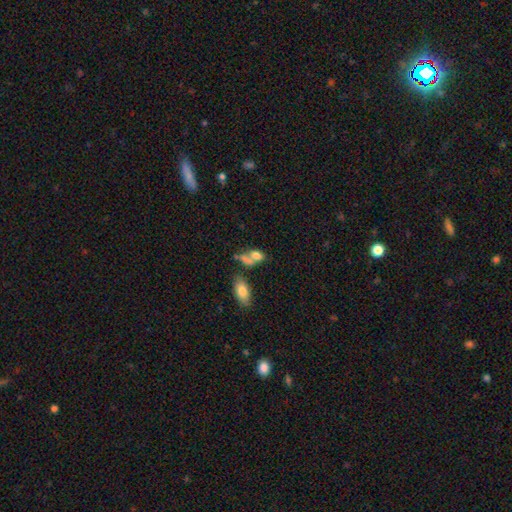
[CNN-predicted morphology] Smooth or featured?
  - smooth: 72% *
  - featured or disk: 16%
  - star or artifact: 12%
How rounded?
  - in between: 75% *
  - round: 18%
  - cigar-shaped: 7%
Merging?
  - merger: 45% *
  - none: 33%
  - minor disturbance: 13%
  - major disturbance: 10%